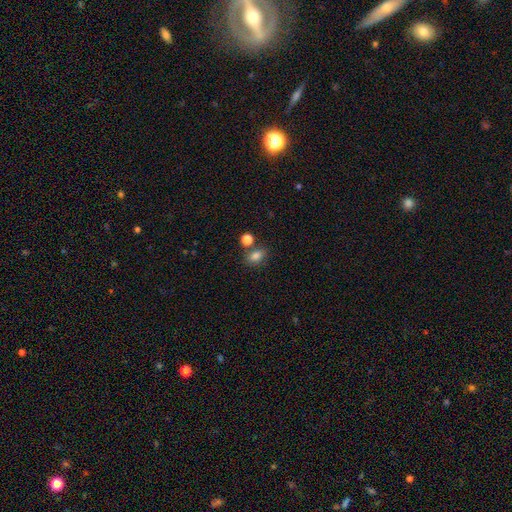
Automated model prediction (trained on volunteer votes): Smooth or featured? Predicted: smooth (p=0.82). How rounded? Predicted: in between (p=0.75). Merging? Predicted: none (p=0.66).